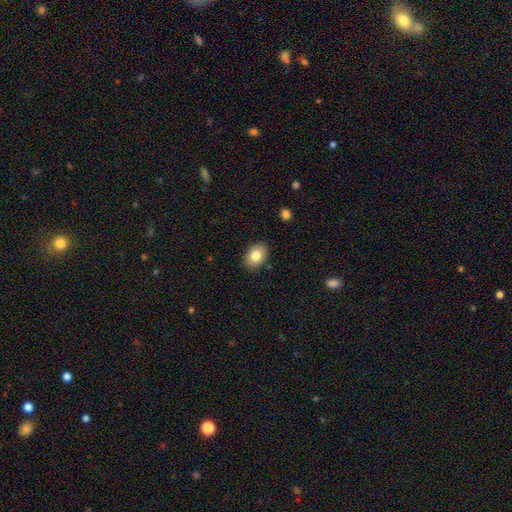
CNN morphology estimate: smooth 81%, featured or disk 11%, star or artifact 8%. Down the decision tree: how rounded — in between (77%); merging — none (87%).